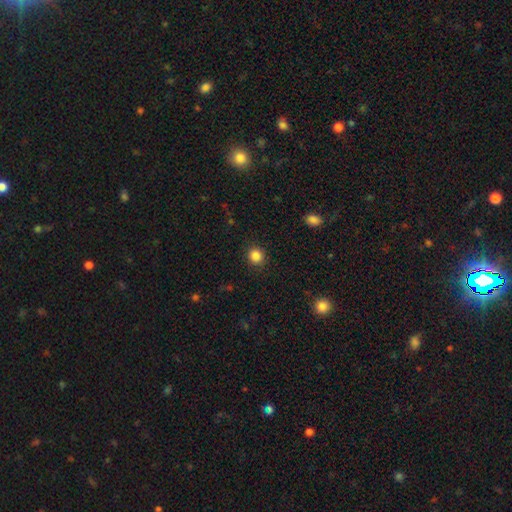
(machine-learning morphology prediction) Smooth or featured? smooth (85%)
How rounded? round (88%)
Merging? none (91%)